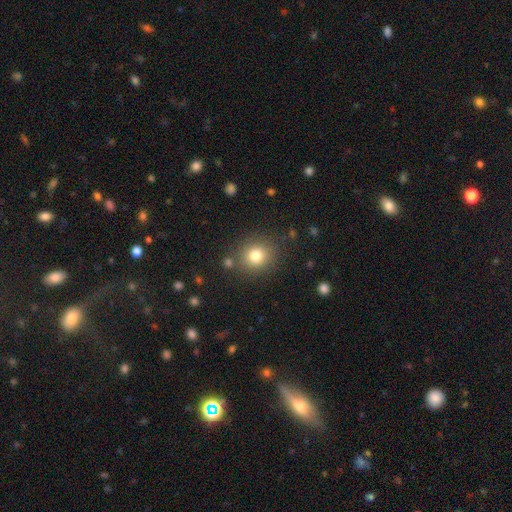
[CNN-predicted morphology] Smooth or featured: smooth — 79% (star or artifact — 13%)
How rounded: round — 81% (in between — 18%)
Merging: none — 83% (minor disturbance — 9%)